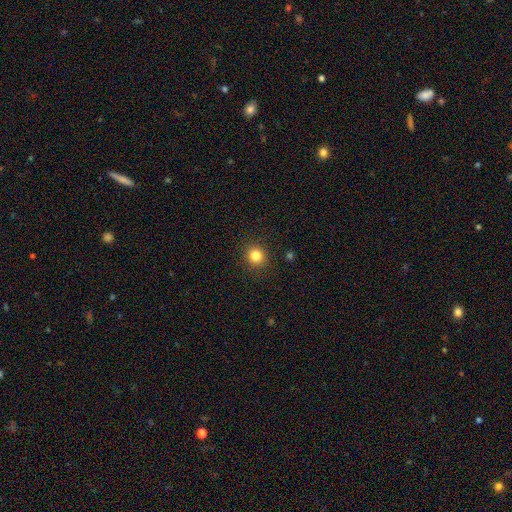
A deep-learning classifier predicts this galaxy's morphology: Smooth or featured? smooth (82%)
How rounded? round (90%)
Merging? none (91%)